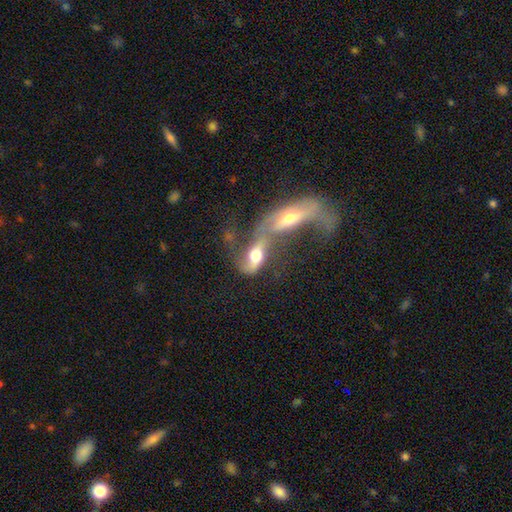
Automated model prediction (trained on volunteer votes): The model was most divided on "smooth or featured": featured or disk: 54%, smooth: 37%, star or artifact: 9%. More confident: edge-on disk — no (76%); merging — merger (74%).